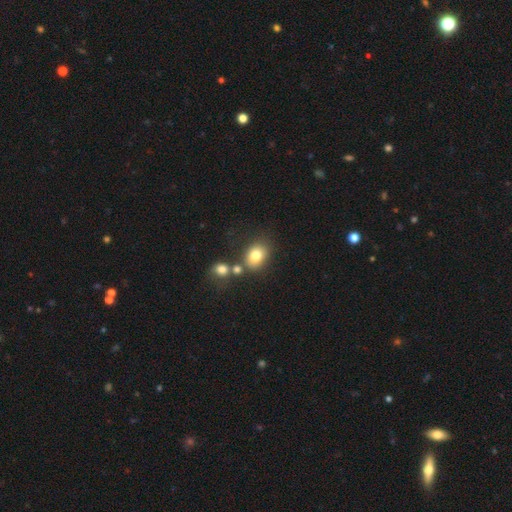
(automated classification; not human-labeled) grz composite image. It shows a smooth galaxy with no disk features (80%) that is in between round and cigar-shaped (53%). Merging: none (61%).